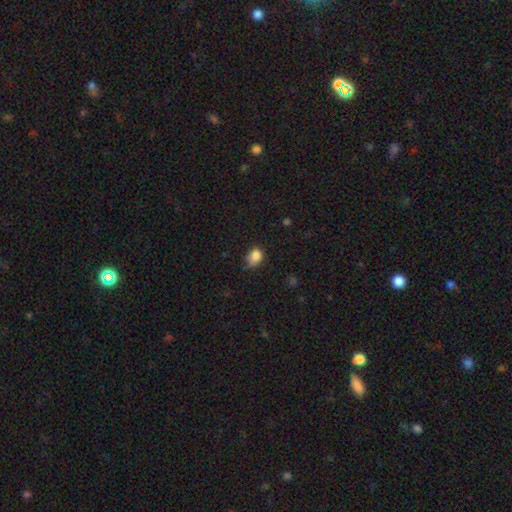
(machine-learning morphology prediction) Q: Smooth or featured?
A: smooth (84%); runner-up: star or artifact (10%)
Q: How rounded?
A: in between (54%); runner-up: round (45%)
Q: Merging?
A: none (53%); runner-up: minor disturbance (37%)